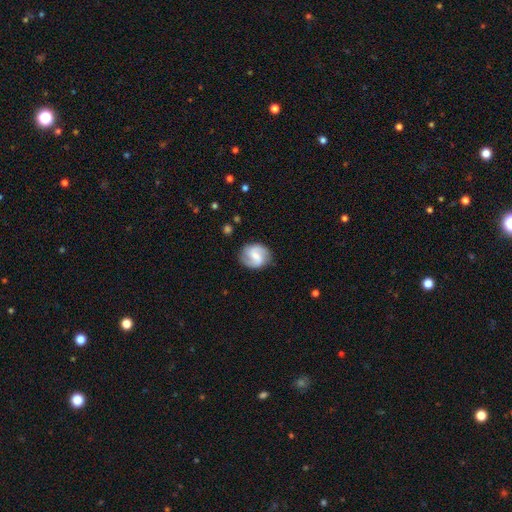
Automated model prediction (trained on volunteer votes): A featured or disk galaxy (73%) with a weak bar (50%), 2 (90%) medium (45%) spiral arms (94%) and a small central bulge (48%).

Vote fractions:
- Smooth or featured? featured or disk: 73% / smooth: 21% / star or artifact: 6%
- Edge-on disk? no: 98% / yes: 2%
- Bar? weak: 50% / no: 26% / strong: 24%
- Spiral arms? yes: 94% / no: 6%
- Spiral winding? medium: 45% / loose: 32% / tight: 23%
- Spiral arm count? 2: 90% / can't tell: 4% / 1: 2% / 3: 1% / 4: 1% / more than 4: 1%
- Bulge size? small: 48% / moderate: 38% / none: 9% / large: 4% / dominant: 1%
- Merging? none: 83% / minor disturbance: 12% / major disturbance: 4% / merger: 1%